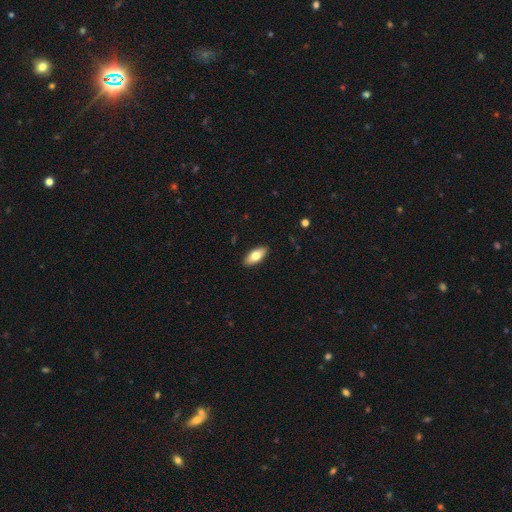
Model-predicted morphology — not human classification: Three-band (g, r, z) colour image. It shows a smooth galaxy with no disk features (75%) that is in between round and cigar-shaped (86%). Merging: none (90%).